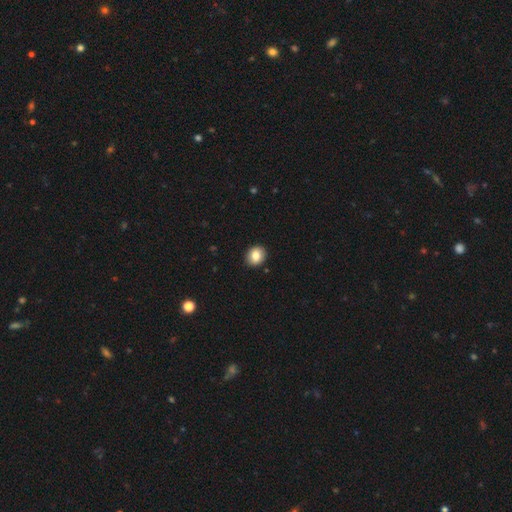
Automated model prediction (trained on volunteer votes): Smooth or featured: smooth — 83% (star or artifact — 9%)
How rounded: round — 64% (in between — 35%)
Merging: none — 91% (minor disturbance — 6%)